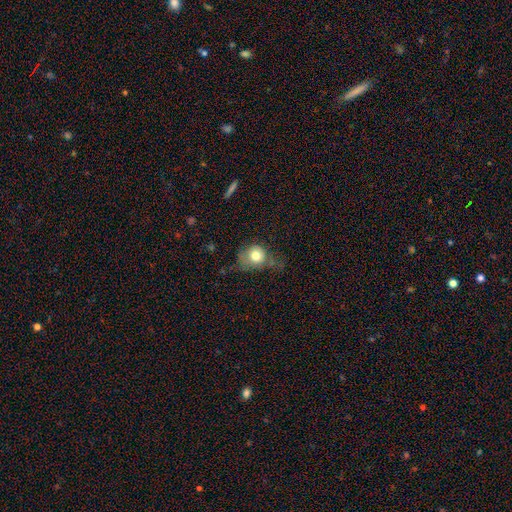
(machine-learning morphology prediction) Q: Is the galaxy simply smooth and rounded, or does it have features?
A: smooth — 75%.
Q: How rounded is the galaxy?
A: round — 71%.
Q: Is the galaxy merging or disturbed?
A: none — 37%.